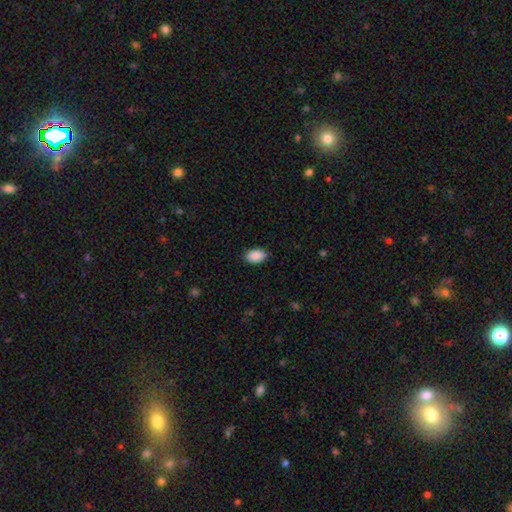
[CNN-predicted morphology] A smooth galaxy with no disk features (91%) that is in between round and cigar-shaped (91%). Merging: none (88%).